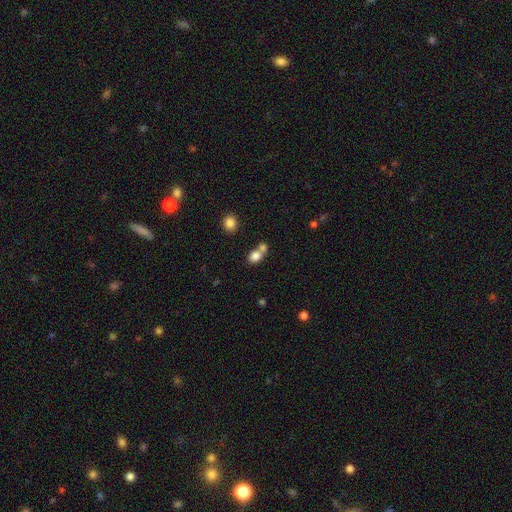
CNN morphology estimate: A smooth galaxy with no disk features (80%) that is in between round and cigar-shaped (53%).

Vote fractions:
- Smooth or featured? smooth: 80% / star or artifact: 11% / featured or disk: 9%
- How rounded? in between: 53% / round: 46% / cigar-shaped: 2%
- Merging? merger: 51% / none: 37% / minor disturbance: 8% / major disturbance: 4%